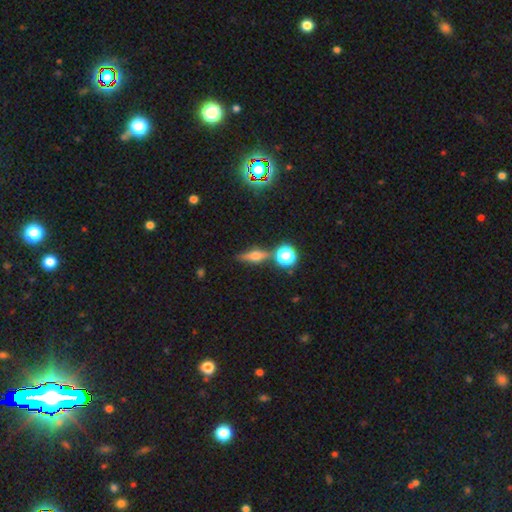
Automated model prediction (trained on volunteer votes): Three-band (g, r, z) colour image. It shows a featured or disk galaxy (49%). Merging: none (77%).